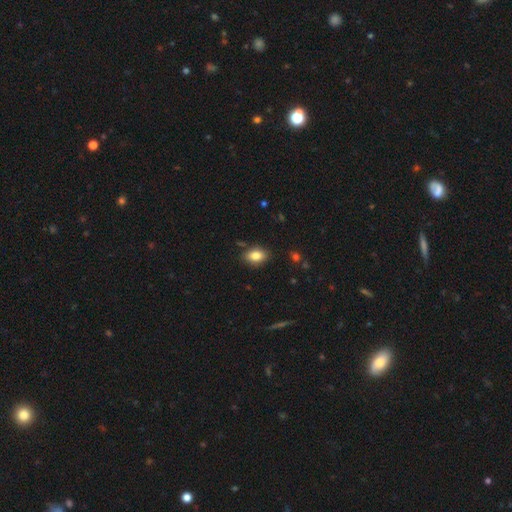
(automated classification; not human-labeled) Smooth or featured: smooth — 82% (star or artifact — 9%)
How rounded: in between — 81% (round — 17%)
Merging: none — 83% (minor disturbance — 12%)